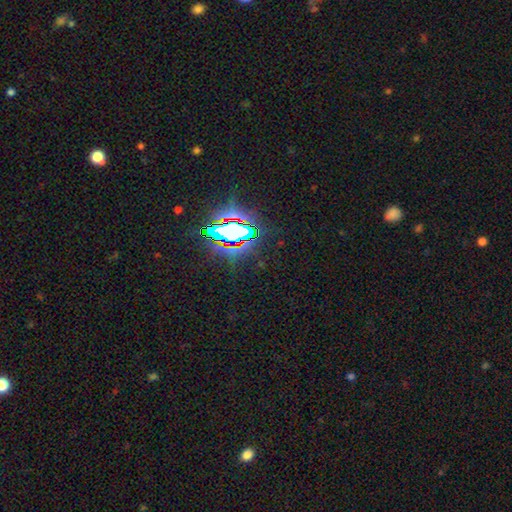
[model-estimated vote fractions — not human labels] star or artifact 82%, smooth 10%, featured or disk 8%.